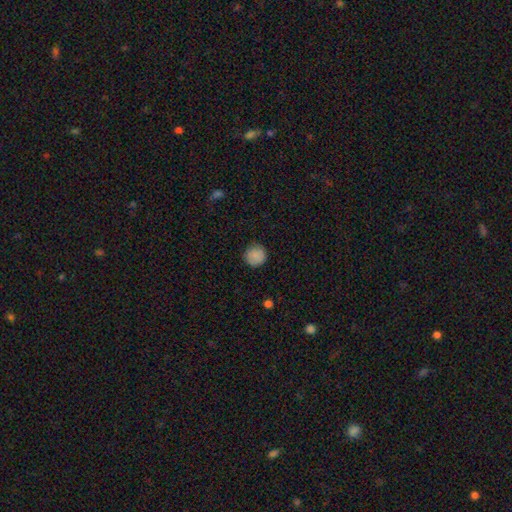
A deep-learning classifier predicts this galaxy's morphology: A smooth galaxy with no disk features (88%) that is round (94%).

Vote fractions:
- Smooth or featured? smooth: 88% / star or artifact: 9% / featured or disk: 4%
- How rounded? round: 94% / in between: 5% / cigar-shaped: 1%
- Merging? none: 88% / minor disturbance: 9% / major disturbance: 2% / merger: 1%